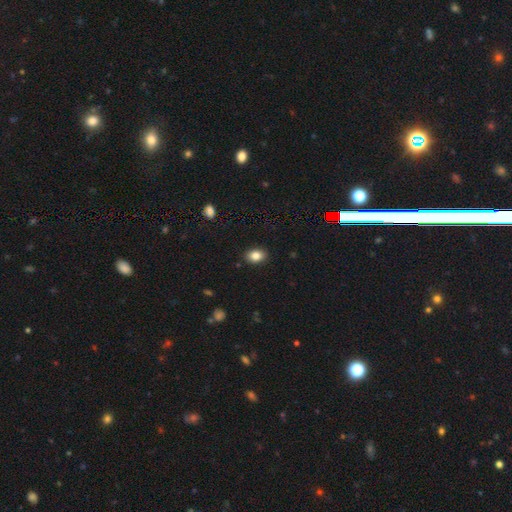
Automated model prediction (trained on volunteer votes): A smooth galaxy with no disk features (85%) that is in between round and cigar-shaped (78%).

Vote fractions:
- Smooth or featured? smooth: 85% / star or artifact: 9% / featured or disk: 6%
- How rounded? in between: 78% / round: 21% / cigar-shaped: 1%
- Merging? none: 88% / minor disturbance: 8% / major disturbance: 2% / merger: 1%